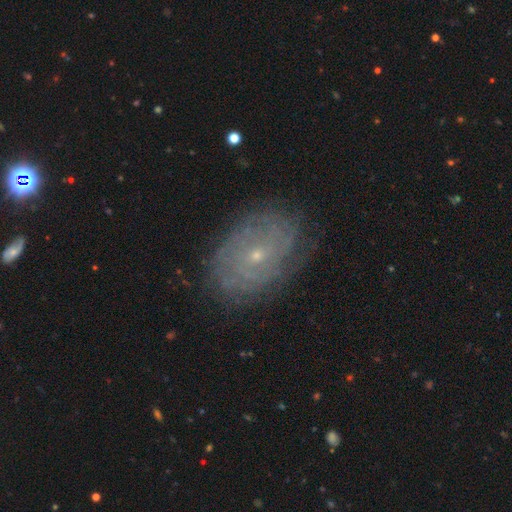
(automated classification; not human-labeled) Morphology: type=featured or disk (69%); edge-on=no (95%); bar=no (72%); spiral arms=yes (83%); winding=tight (72%); arm count=can't tell (56%); bulge=small (78%); merging=none (82%).